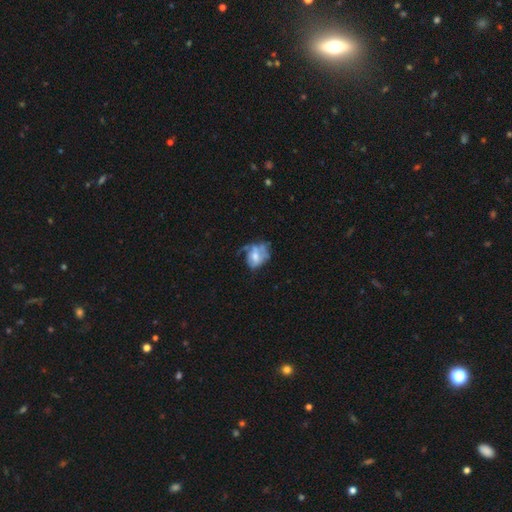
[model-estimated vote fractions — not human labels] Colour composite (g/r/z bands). It shows a featured or disk galaxy (50%). Merging: major disturbance (35%).